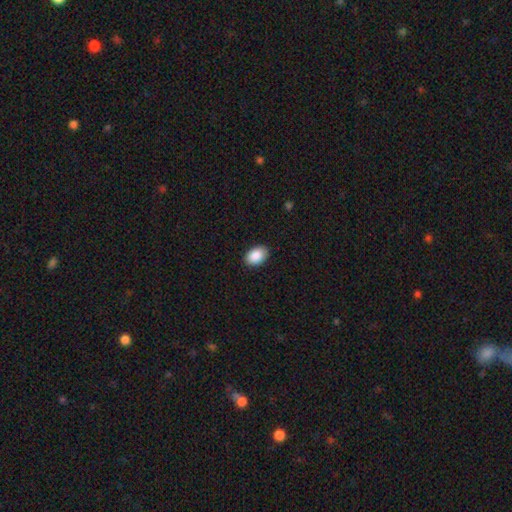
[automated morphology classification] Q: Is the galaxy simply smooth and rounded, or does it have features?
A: smooth — 90%.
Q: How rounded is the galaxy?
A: in between — 88%.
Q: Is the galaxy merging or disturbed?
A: none — 88%.